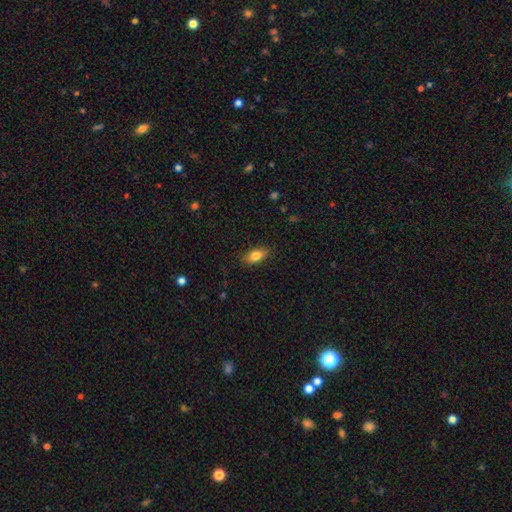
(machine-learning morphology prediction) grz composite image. It shows a smooth galaxy with no disk features (78%) that is in between round and cigar-shaped (84%). Merging: none (85%).